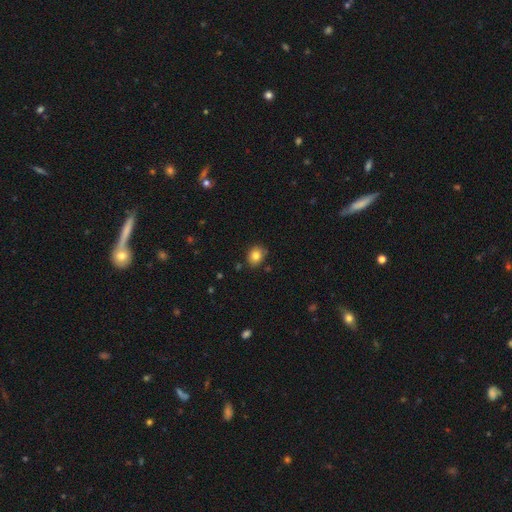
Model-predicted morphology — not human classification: Smooth or featured? Predicted: smooth (p=0.81). How rounded? Predicted: round (p=0.62). Merging? Predicted: none (p=0.84).